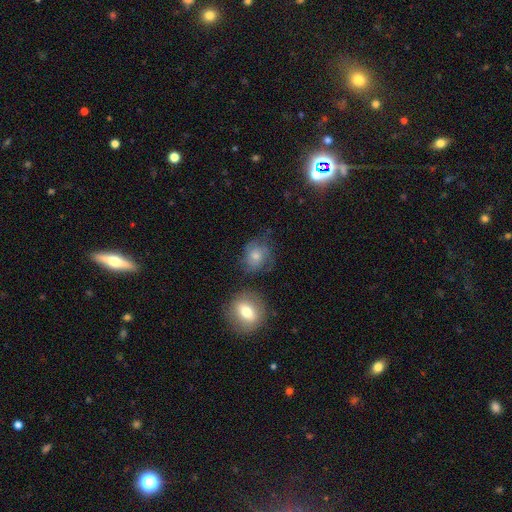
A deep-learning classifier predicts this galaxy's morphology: type=smooth (59%); roundness=round (66%); merging=none (54%).